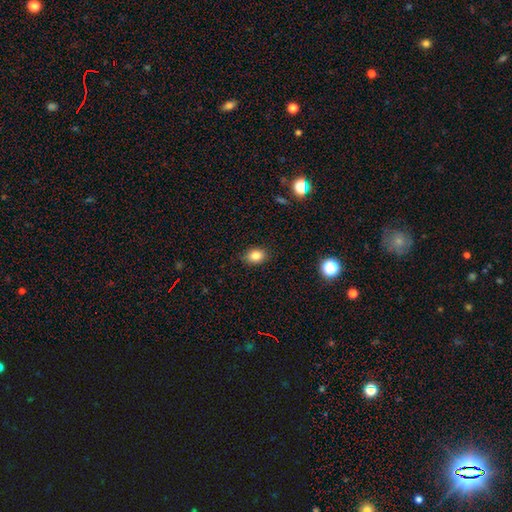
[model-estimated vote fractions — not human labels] Smooth or featured? smooth (84%)
How rounded? in between (67%)
Merging? none (84%)